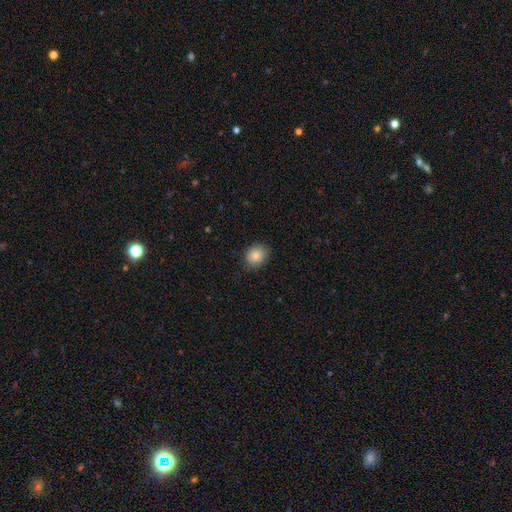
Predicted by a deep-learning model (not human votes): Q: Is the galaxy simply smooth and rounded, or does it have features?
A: smooth — 86%.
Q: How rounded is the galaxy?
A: round — 67%.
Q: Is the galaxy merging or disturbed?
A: none — 84%.